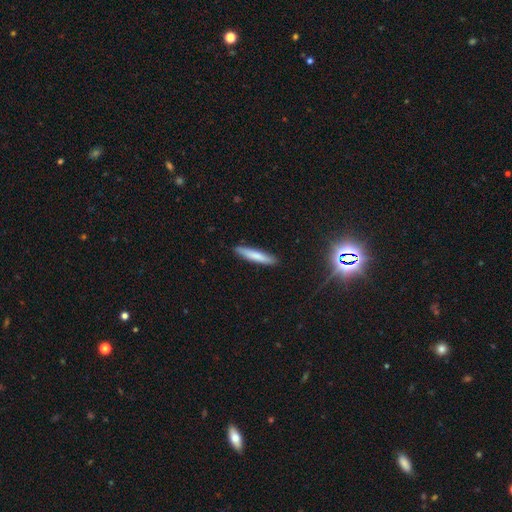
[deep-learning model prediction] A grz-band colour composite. It shows a smooth galaxy with no disk features (76%) that is cigar-shaped (91%). Merging: none (89%).